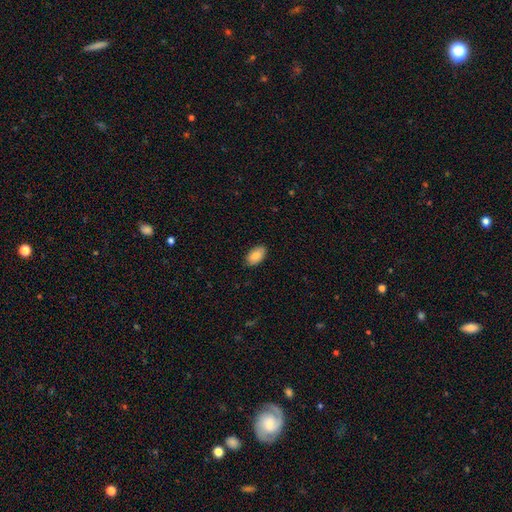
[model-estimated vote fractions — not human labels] Smooth or featured: smooth — 82% (featured or disk — 11%)
How rounded: in between — 94% (round — 4%)
Merging: none — 87% (minor disturbance — 11%)